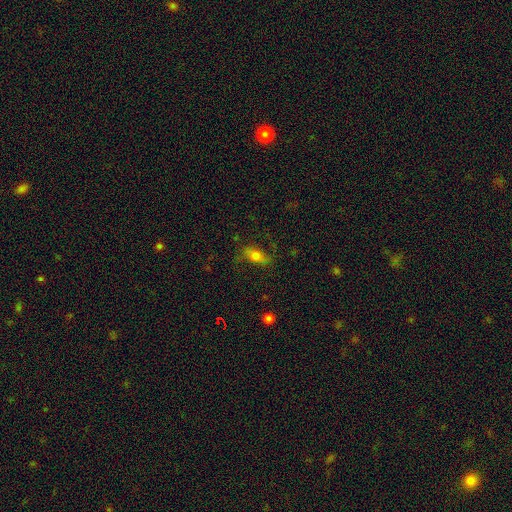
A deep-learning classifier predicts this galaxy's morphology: smooth_or_featured: smooth (p=0.58) [alt: featured or disk p=0.30]
how_rounded: in between (p=0.78) [alt: cigar-shaped p=0.16]
merging: none (p=0.70) [alt: minor disturbance p=0.19]